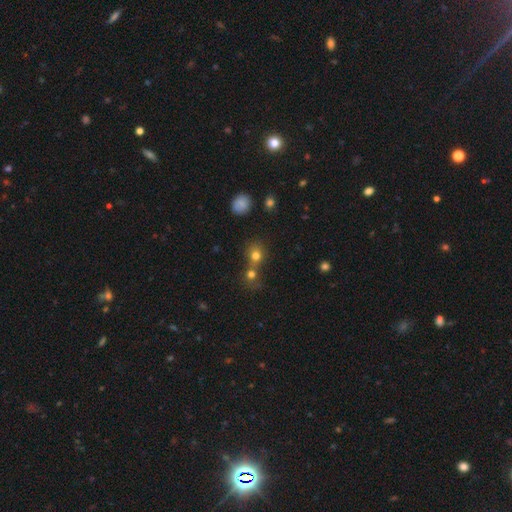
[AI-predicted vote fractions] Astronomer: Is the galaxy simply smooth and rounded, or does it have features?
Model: smooth — 74%.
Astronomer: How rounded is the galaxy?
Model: round — 81%.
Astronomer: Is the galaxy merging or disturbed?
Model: none — 45% (runner-up: merger, 44%).